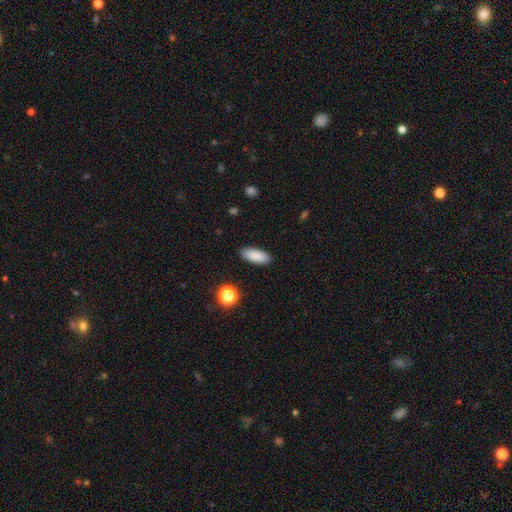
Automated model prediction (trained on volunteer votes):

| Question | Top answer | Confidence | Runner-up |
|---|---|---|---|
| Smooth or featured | smooth | 88% | star or artifact (7%) |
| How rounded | in between | 78% | cigar-shaped (19%) |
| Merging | none | 90% | minor disturbance (7%) |